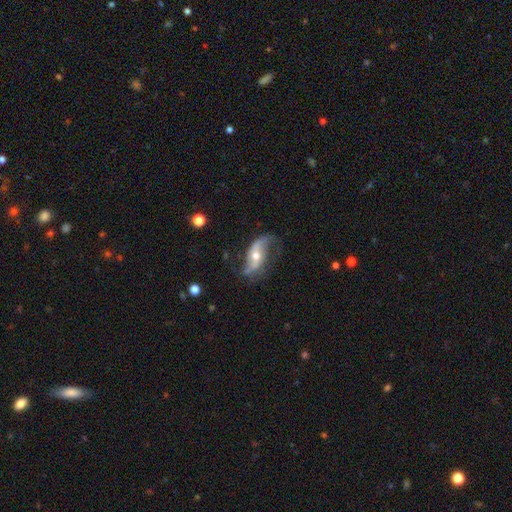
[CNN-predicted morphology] Smooth or featured: featured or disk — 81% (smooth — 13%)
Edge-on disk: no — 90% (yes — 10%)
Bar: no — 47% (weak — 30%)
Spiral arms: yes — 91% (no — 9%)
Spiral winding: loose — 79% (medium — 15%)
Spiral arm count: 2 — 87% (1 — 5%)
Bulge size: moderate — 63% (small — 31%)
Merging: none — 60% (minor disturbance — 24%)